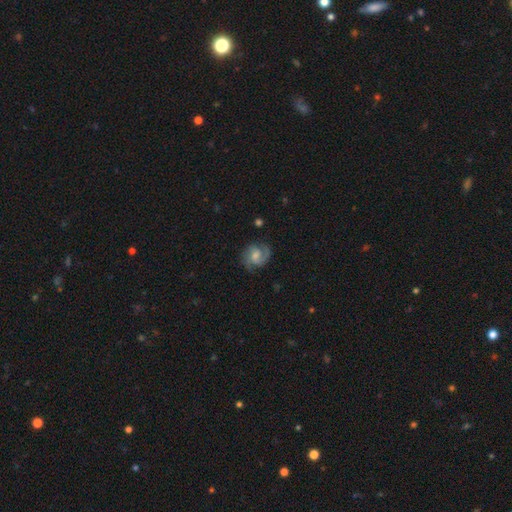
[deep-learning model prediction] featured or disk 75%, smooth 18%, star or artifact 7%. Down the decision tree: edge-on disk — no (98%); bar — no (46%, tied with weak); spiral arms — yes (95%); spiral arm count — 2 (76%); spiral winding — medium (49%); bulge size — moderate (45%); merging — none (74%).